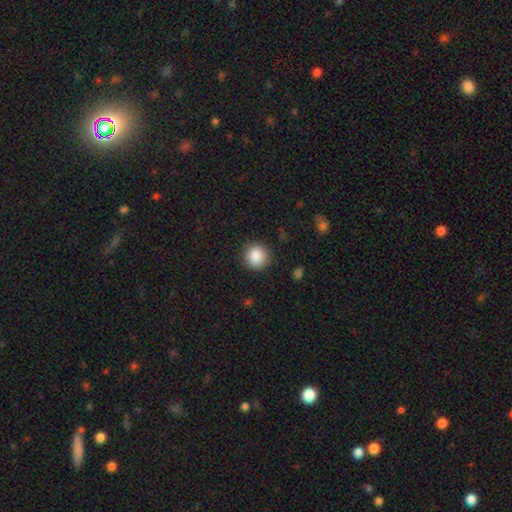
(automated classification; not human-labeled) Smooth or featured: smooth — 86% (star or artifact — 9%)
How rounded: round — 94% (in between — 5%)
Merging: none — 90% (minor disturbance — 7%)